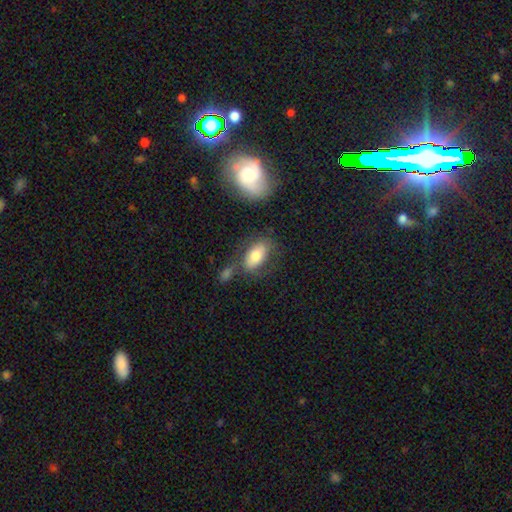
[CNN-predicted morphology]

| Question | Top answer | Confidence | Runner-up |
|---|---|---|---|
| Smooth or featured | smooth | 74% | featured or disk (19%) |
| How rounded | in between | 91% | round (5%) |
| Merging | none | 60% | minor disturbance (18%) |